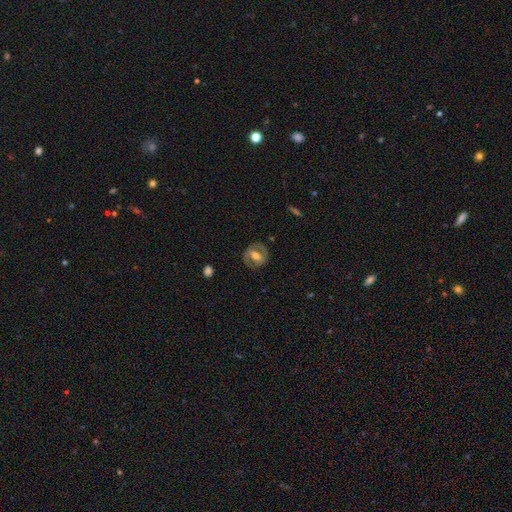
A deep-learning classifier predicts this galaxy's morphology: type=featured or disk (59%); edge-on=no (94%); bar=weak (40%); spiral arms=yes (55%); bulge=moderate (66%); merging=none (79%).